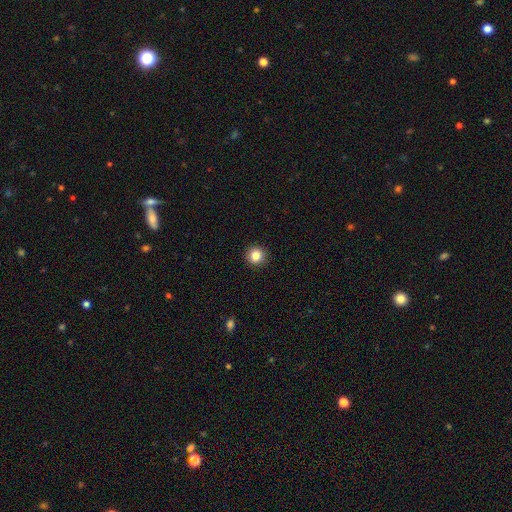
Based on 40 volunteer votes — Morphology: type=smooth (85%); roundness=round (94%); merging=none (94%).